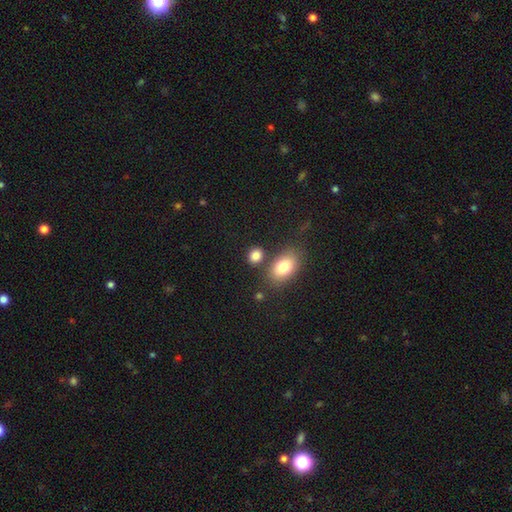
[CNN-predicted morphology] A smooth galaxy with no disk features (83%) that is in between round and cigar-shaped (51%).

Vote fractions:
- Smooth or featured? smooth: 83% / star or artifact: 10% / featured or disk: 7%
- How rounded? in between: 51% / round: 47% / cigar-shaped: 2%
- Merging? none: 73% / merger: 13% / minor disturbance: 11% / major disturbance: 4%